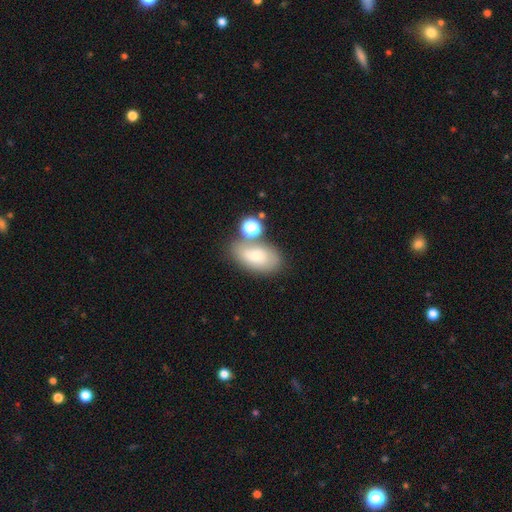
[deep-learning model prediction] smooth-or-featured: smooth: 66% | featured or disk: 23% | star or artifact: 11%
  how-rounded: in between: 87% | round: 11% | cigar-shaped: 3%
  merging: none: 57% | merger: 18% | minor disturbance: 18% | major disturbance: 7%